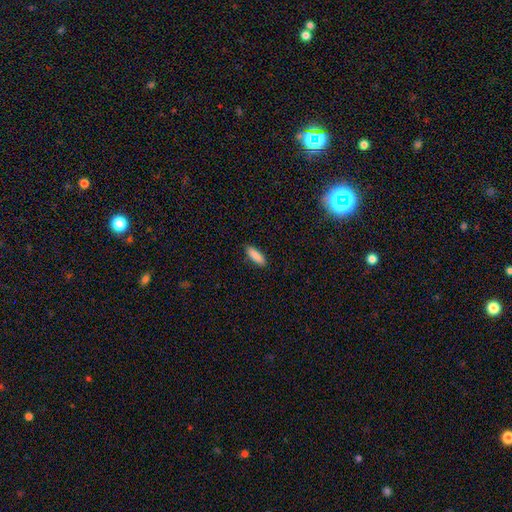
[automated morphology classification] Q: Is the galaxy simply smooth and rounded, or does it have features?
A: smooth — 88%.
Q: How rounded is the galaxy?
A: in between — 51%.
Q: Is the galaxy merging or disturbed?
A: none — 89%.